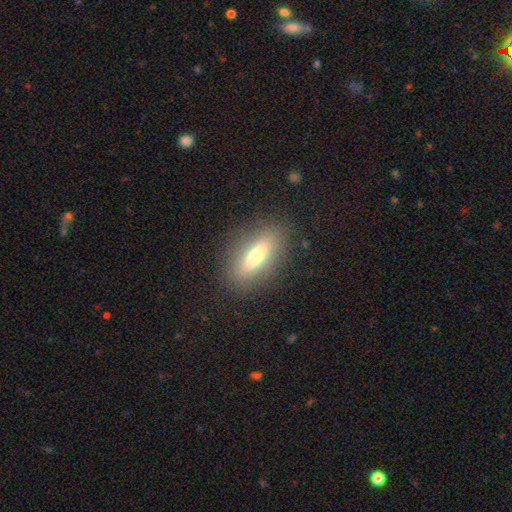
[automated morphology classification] Smooth or featured?
  - smooth: 65% *
  - featured or disk: 25%
  - star or artifact: 10%
How rounded?
  - in between: 63% *
  - cigar-shaped: 33%
  - round: 4%
Merging?
  - none: 84% *
  - minor disturbance: 11%
  - major disturbance: 4%
  - merger: 1%